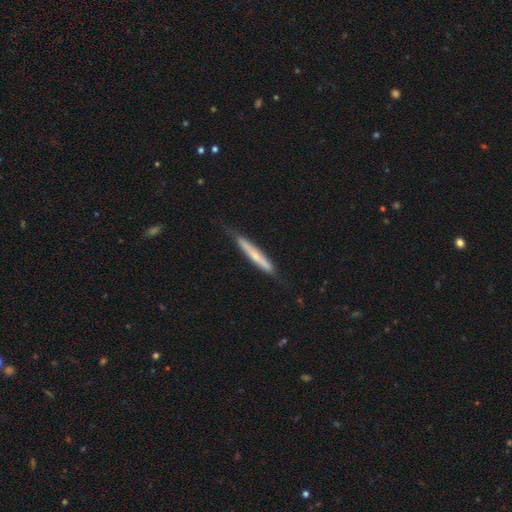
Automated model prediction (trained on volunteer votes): Smooth or featured: featured or disk — 48% (smooth — 46%)
Merging: none — 72% (minor disturbance — 23%)